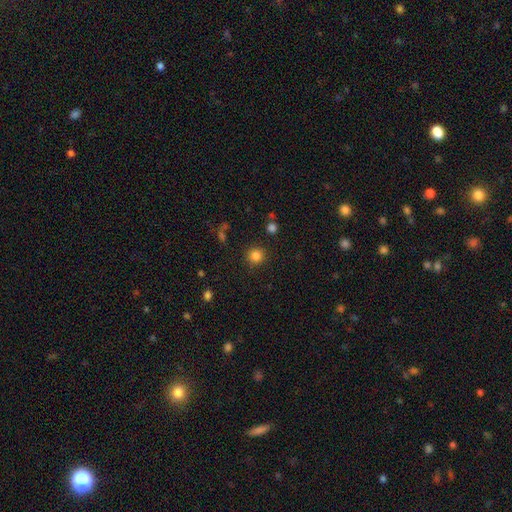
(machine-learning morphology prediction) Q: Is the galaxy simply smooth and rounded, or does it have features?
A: smooth — 84%.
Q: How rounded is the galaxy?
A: round — 93%.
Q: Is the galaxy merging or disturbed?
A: none — 89%.